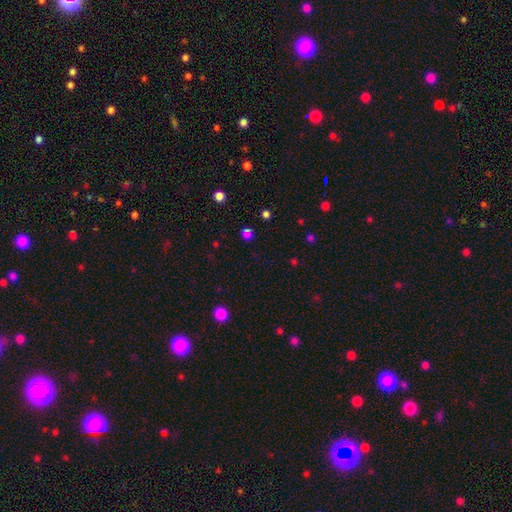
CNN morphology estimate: Smooth or featured? star or artifact (50%)